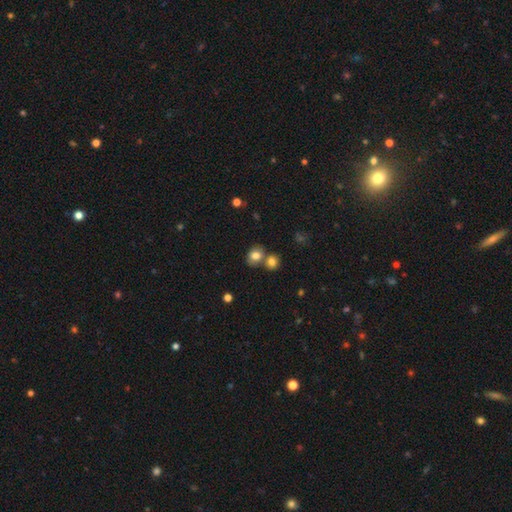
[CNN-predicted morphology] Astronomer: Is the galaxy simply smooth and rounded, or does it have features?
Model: smooth — 80%.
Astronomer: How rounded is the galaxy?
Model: round — 58% (runner-up: in between, 40%).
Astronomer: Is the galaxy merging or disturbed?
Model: none — 53% (runner-up: merger, 32%).